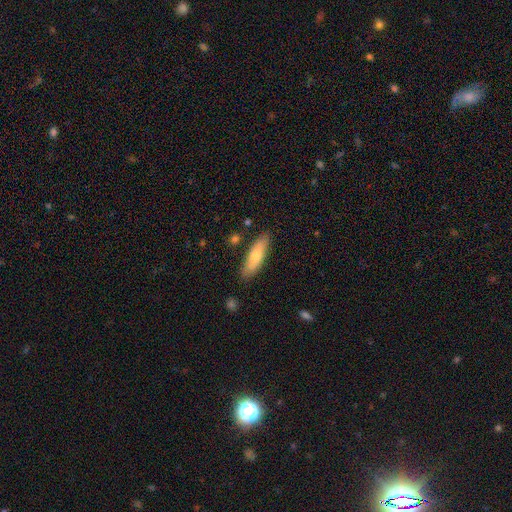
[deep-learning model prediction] Q: Smooth or featured?
A: smooth (65%); runner-up: featured or disk (29%)
Q: How rounded?
A: cigar-shaped (51%); runner-up: in between (46%)
Q: Merging?
A: none (84%); runner-up: minor disturbance (12%)